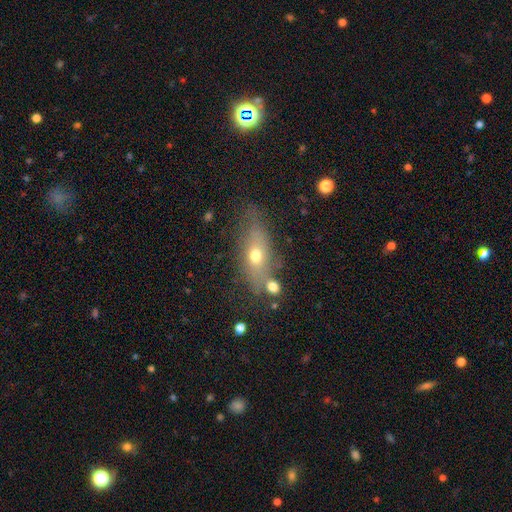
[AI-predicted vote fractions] Smooth or featured?
  - smooth: 55% *
  - featured or disk: 34%
  - star or artifact: 12%
How rounded?
  - in between: 58% *
  - cigar-shaped: 33%
  - round: 10%
Merging?
  - none: 64% *
  - minor disturbance: 19%
  - major disturbance: 9%
  - merger: 8%